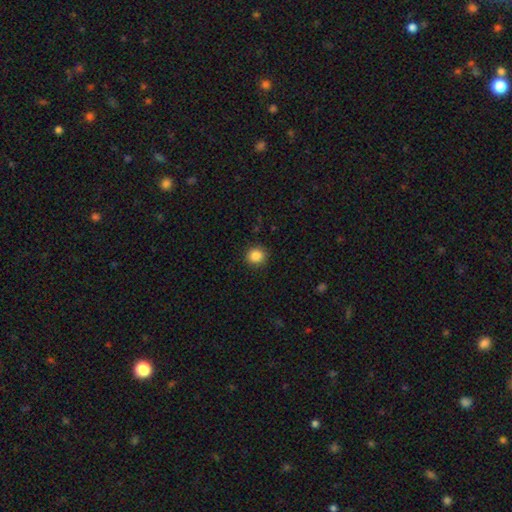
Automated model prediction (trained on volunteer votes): Smooth or featured? smooth (86%)
How rounded? round (91%)
Merging? none (90%)